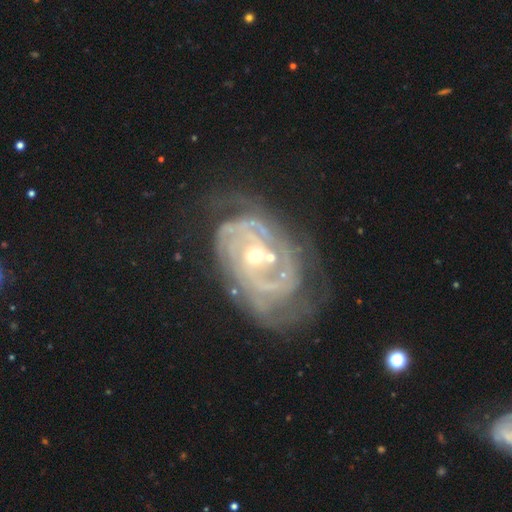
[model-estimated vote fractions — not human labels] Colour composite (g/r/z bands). It shows a featured or disk galaxy (89%) with no bar (64%), 2 (29%, tied with can't tell) tight (70%) spiral arms (95%) and a small central bulge (50%). Merging: none (59%).